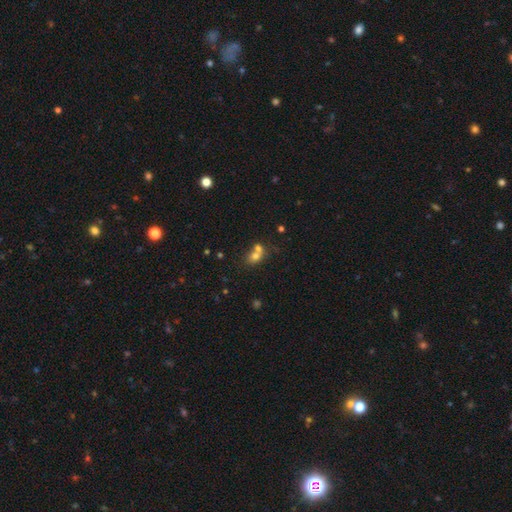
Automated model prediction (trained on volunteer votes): smooth 68%, featured or disk 17%, star or artifact 15%. Down the decision tree: how rounded — round (55%); merging — merger (60%).